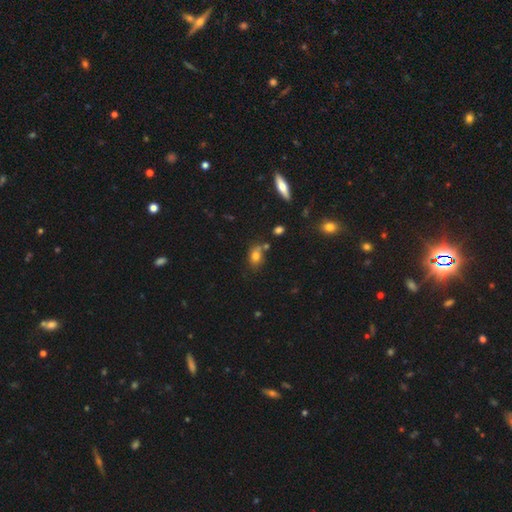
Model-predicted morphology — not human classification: Overall: smooth (77%). How rounded: in between (70%). Merging: none (58%; minor disturbance 19%).